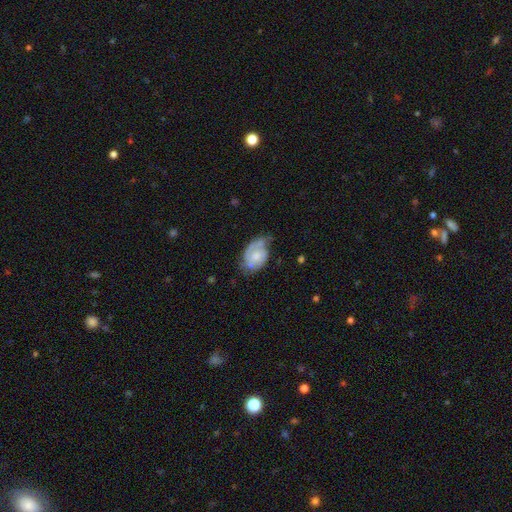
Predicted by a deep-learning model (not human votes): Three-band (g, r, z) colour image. It shows a featured or disk galaxy (60%) with no bar (70%), spiral arms (79%) and a moderate central bulge (41%). Merging: none (41%).